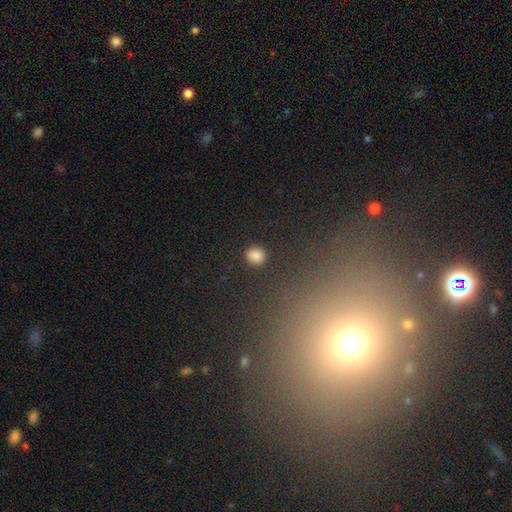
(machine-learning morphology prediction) Smooth or featured? Predicted: smooth (p=0.84). How rounded? Predicted: round (p=0.85). Merging? Predicted: none (p=0.88).